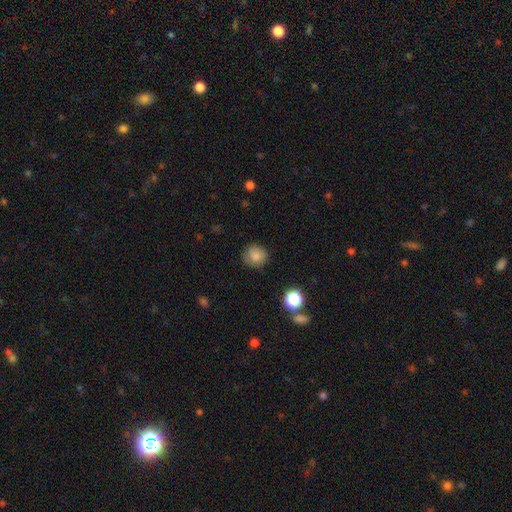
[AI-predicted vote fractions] A smooth galaxy with no disk features (83%) that is round (86%). Merging: none (83%).